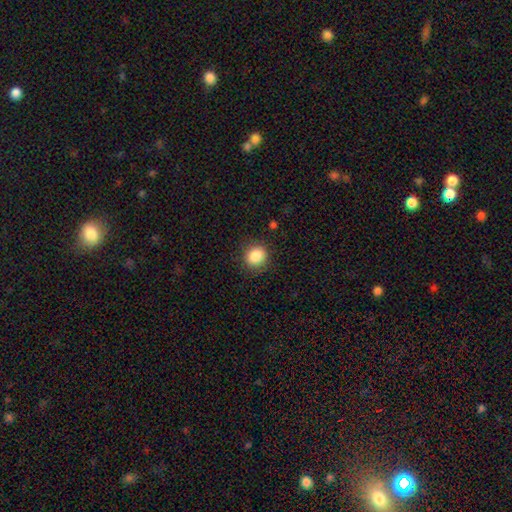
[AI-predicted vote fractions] The model was most divided on "how rounded": round: 73%, in between: 26%, cigar-shaped: 1%. More confident: smooth or featured — smooth (86%); merging — none (86%).